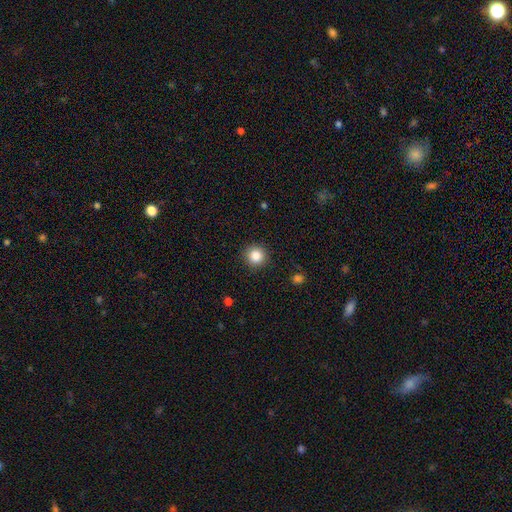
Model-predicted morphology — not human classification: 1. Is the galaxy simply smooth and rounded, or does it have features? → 85% smooth, 10% star or artifact, 5% featured or disk.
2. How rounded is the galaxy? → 94% round, 5% in between, 1% cigar-shaped.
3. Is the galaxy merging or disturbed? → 90% none, 6% minor disturbance, 2% major disturbance, 1% merger.